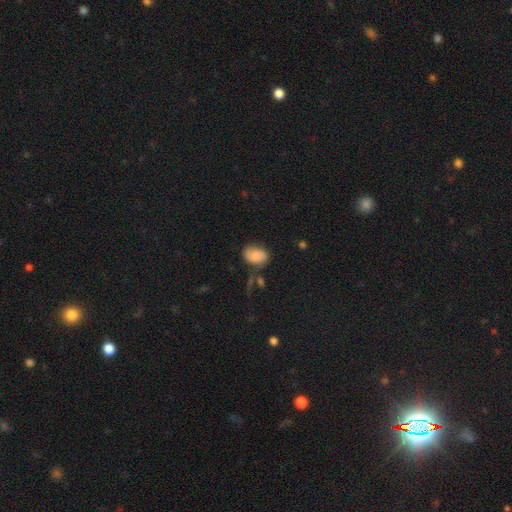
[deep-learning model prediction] This is likely a smooth galaxy (76%). How rounded: likely in between (79%). Merging: likely none (63%).